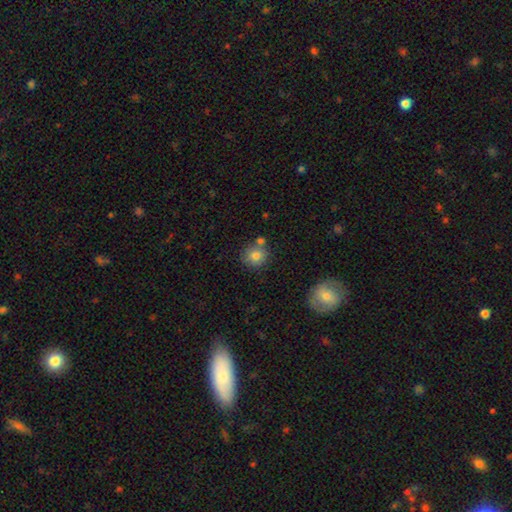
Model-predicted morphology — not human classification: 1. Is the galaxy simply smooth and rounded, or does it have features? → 80% smooth, 10% star or artifact, 10% featured or disk.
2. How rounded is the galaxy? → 88% round, 11% in between, 1% cigar-shaped.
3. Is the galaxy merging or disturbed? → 69% none, 17% merger, 11% minor disturbance, 3% major disturbance.